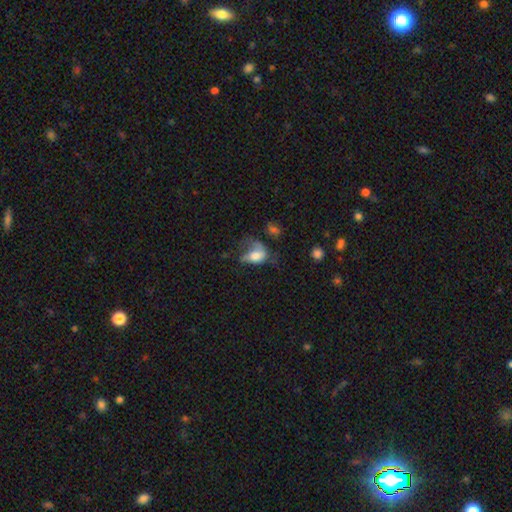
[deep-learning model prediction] This appears to be a smooth galaxy with no disk features (60%) that is in between round and cigar-shaped (81%). Merging: major disturbance (51%).